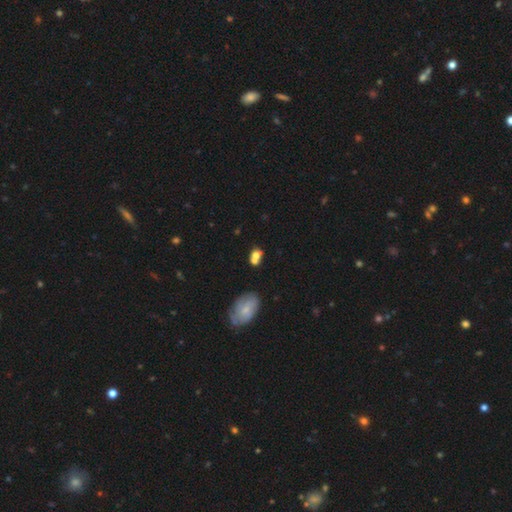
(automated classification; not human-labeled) Smooth or featured: smooth — 70% (featured or disk — 18%)
How rounded: round — 49% (tied with in between — 49%)
Merging: merger — 44% (none — 39%)